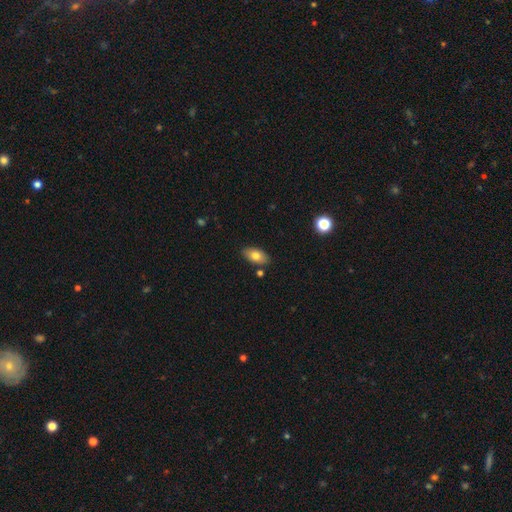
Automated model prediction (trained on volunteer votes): This is likely a smooth galaxy (78%). How rounded: clearly in between (92%). Merging: clearly none (83%).